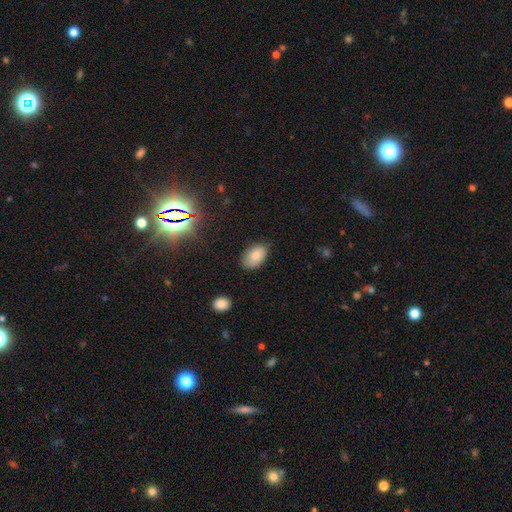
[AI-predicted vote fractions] smooth 85%, star or artifact 9%, featured or disk 7%. Down the decision tree: how rounded — in between (91%); merging — none (75%).